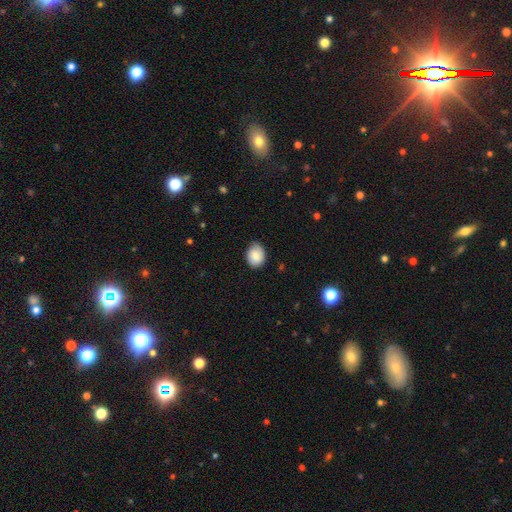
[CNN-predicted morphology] Q: Smooth or featured?
A: smooth (79%); runner-up: featured or disk (14%)
Q: How rounded?
A: in between (55%); runner-up: round (44%)
Q: Merging?
A: none (75%); runner-up: minor disturbance (21%)